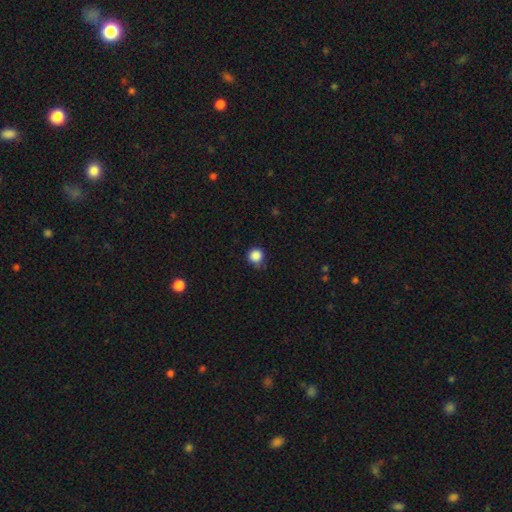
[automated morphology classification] smooth-or-featured: smooth: 87% | star or artifact: 10% | featured or disk: 3%
  how-rounded: round: 93% | in between: 6% | cigar-shaped: 1%
  merging: none: 77% | minor disturbance: 18% | major disturbance: 4% | merger: 2%